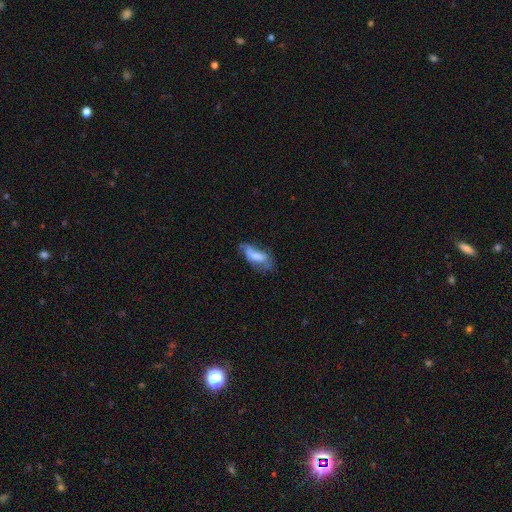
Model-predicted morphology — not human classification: Smooth or featured: smooth — 57% (featured or disk — 34%)
How rounded: in between — 76% (cigar-shaped — 22%)
Merging: none — 33% (minor disturbance — 30%)